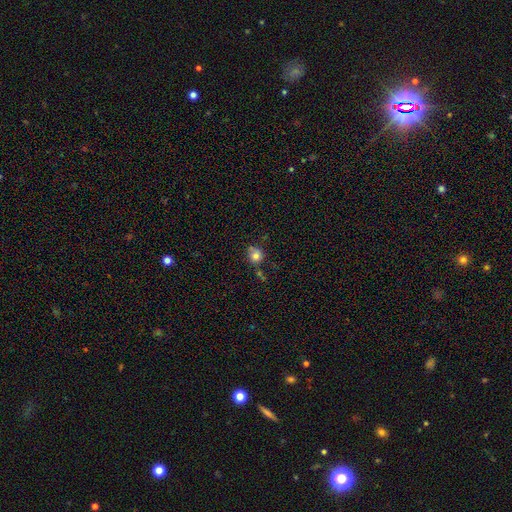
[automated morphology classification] smooth-or-featured: smooth: 79% | star or artifact: 11% | featured or disk: 9%
  how-rounded: round: 83% | in between: 16% | cigar-shaped: 1%
  merging: none: 61% | minor disturbance: 22% | merger: 11% | major disturbance: 6%